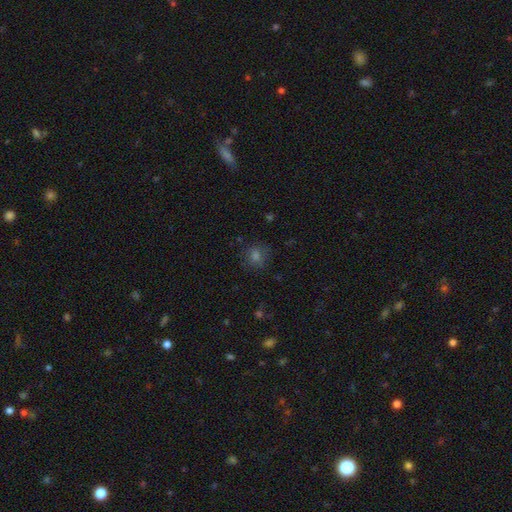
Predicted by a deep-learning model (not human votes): smooth_or_featured: smooth (p=0.64) [alt: star or artifact p=0.26]
how_rounded: round (p=0.83) [alt: in between p=0.16]
merging: none (p=0.83) [alt: minor disturbance p=0.12]